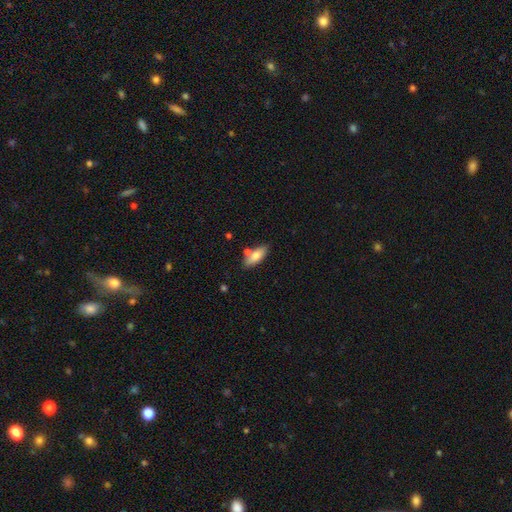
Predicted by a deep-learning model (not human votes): Smooth or featured: smooth — 77% (featured or disk — 16%)
How rounded: in between — 73% (cigar-shaped — 24%)
Merging: none — 71% (minor disturbance — 15%)